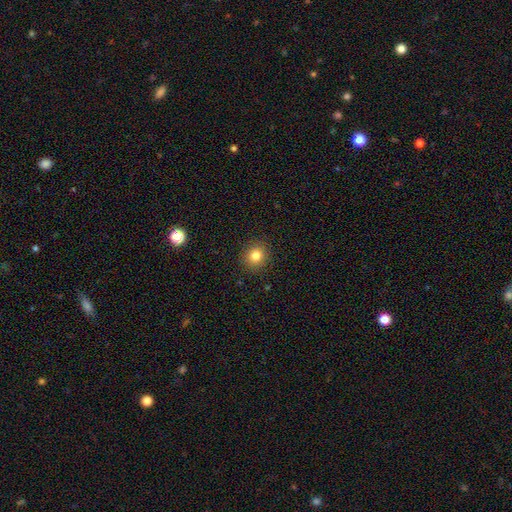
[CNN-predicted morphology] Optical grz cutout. It shows a smooth galaxy with no disk features (82%) that is round (83%). Merging: none (90%).